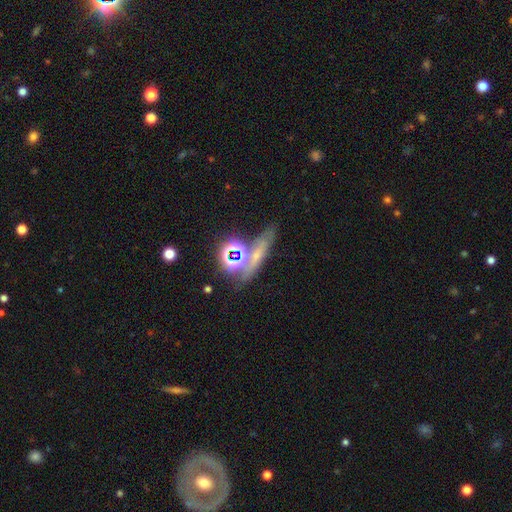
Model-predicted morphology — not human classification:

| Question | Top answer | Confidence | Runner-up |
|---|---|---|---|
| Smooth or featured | star or artifact | 38% | tied: smooth (38%) |